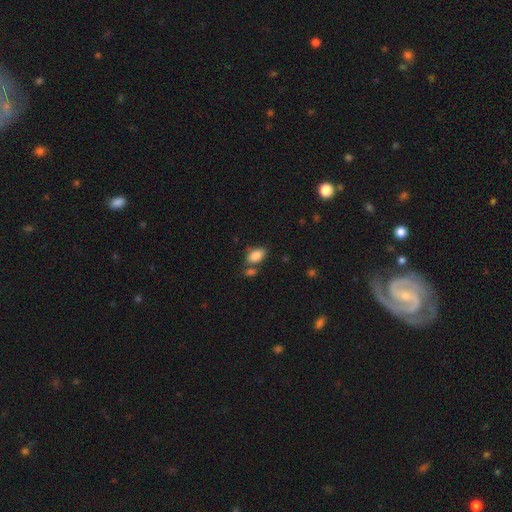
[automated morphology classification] Smooth or featured?
  - smooth: 86% *
  - star or artifact: 8%
  - featured or disk: 7%
How rounded?
  - in between: 92% *
  - round: 6%
  - cigar-shaped: 3%
Merging?
  - none: 63% *
  - merger: 19%
  - minor disturbance: 14%
  - major disturbance: 4%